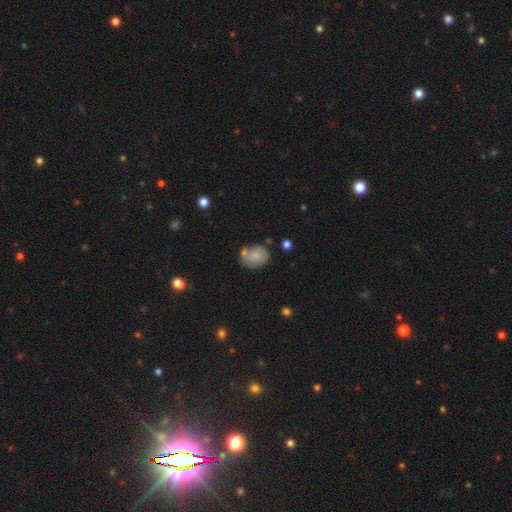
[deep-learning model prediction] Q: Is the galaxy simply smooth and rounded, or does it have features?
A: smooth — 78%.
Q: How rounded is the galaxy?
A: in between — 59%.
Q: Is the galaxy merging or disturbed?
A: none — 57%.